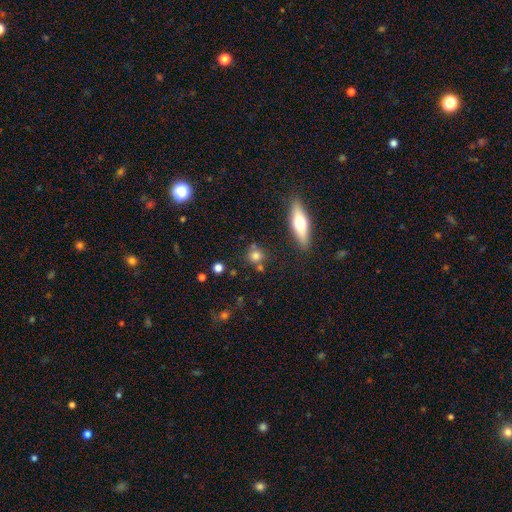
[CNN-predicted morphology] Smooth or featured?
  - smooth: 74% *
  - featured or disk: 14%
  - star or artifact: 12%
How rounded?
  - round: 81% *
  - in between: 16%
  - cigar-shaped: 4%
Merging?
  - none: 71% *
  - merger: 15%
  - minor disturbance: 11%
  - major disturbance: 4%